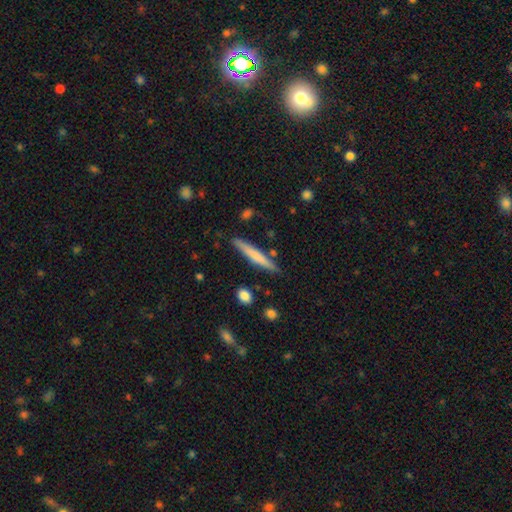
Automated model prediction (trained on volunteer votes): The model was most divided on "smooth or featured": smooth: 65%, featured or disk: 30%, star or artifact: 5%. More confident: how rounded — cigar-shaped (95%); merging — none (86%).